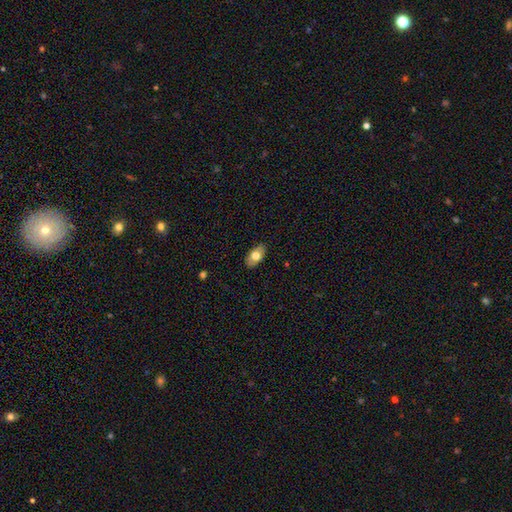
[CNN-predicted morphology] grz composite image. It shows a smooth galaxy with no disk features (69%) that is in between round and cigar-shaped (92%). Merging: none (85%).